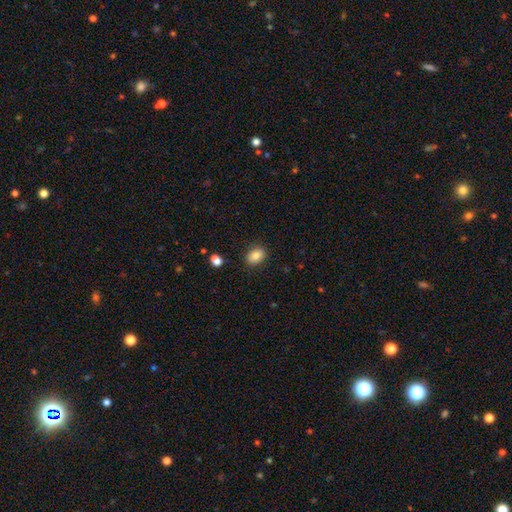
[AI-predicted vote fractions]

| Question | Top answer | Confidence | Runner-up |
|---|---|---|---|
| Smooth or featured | smooth | 83% | star or artifact (9%) |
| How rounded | in between | 69% | round (30%) |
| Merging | none | 86% | minor disturbance (10%) |